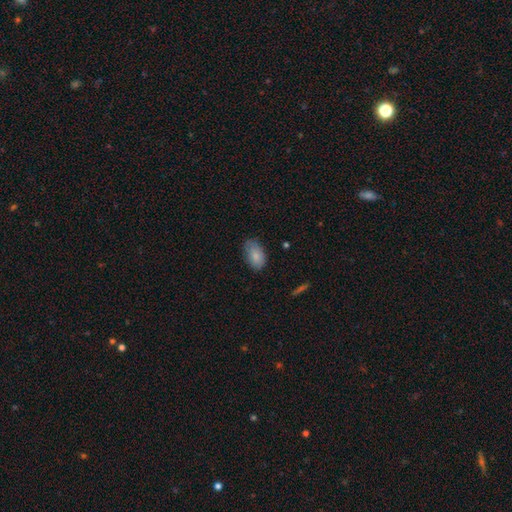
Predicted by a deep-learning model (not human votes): Smooth or featured?
  - smooth: 83% *
  - featured or disk: 10%
  - star or artifact: 7%
How rounded?
  - in between: 92% *
  - round: 6%
  - cigar-shaped: 2%
Merging?
  - none: 70% *
  - minor disturbance: 24%
  - major disturbance: 5%
  - merger: 1%